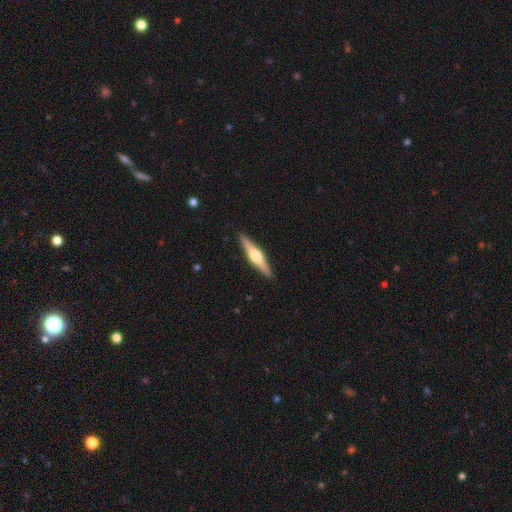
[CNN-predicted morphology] Smooth or featured? Predicted: featured or disk (p=0.70). Edge-on disk? Predicted: yes (p=0.97). Edge-on bulge? Predicted: rounded (p=0.92). Merging? Predicted: none (p=0.91).